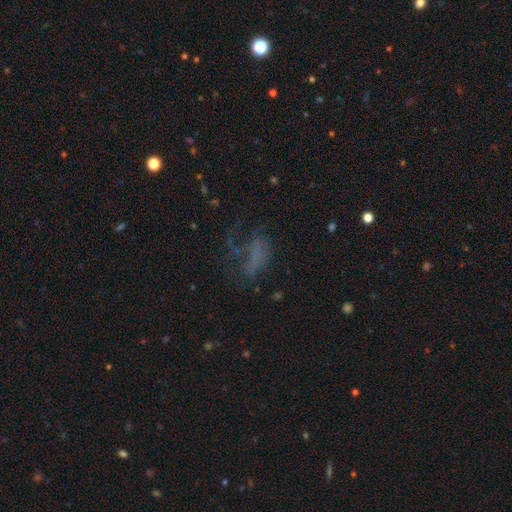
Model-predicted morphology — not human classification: Smooth or featured: featured or disk — 38% (smooth — 37%)
Merging: major disturbance — 45% (none — 34%)